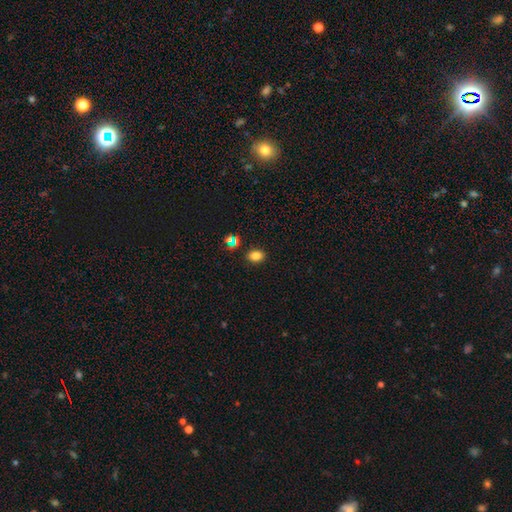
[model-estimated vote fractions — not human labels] Morphology: type=smooth (80%); roundness=in between (75%); merging=none (86%).